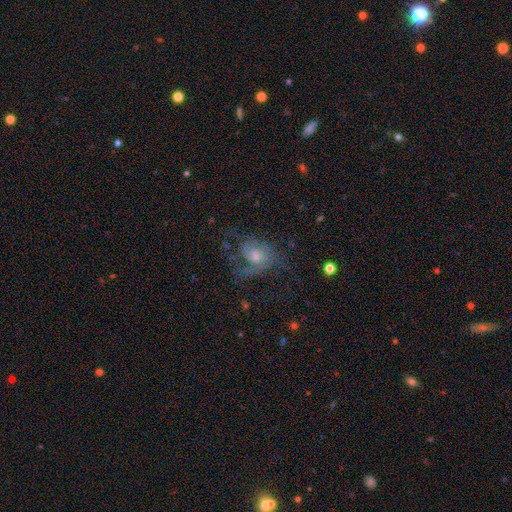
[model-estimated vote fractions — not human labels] Smooth or featured?
  - featured or disk: 62% *
  - smooth: 25%
  - star or artifact: 13%
Edge-on disk?
  - no: 97% *
  - yes: 3%
Bar?
  - no: 75% *
  - weak: 22%
  - strong: 3%
Spiral arms?
  - yes: 78% *
  - no: 22%
Bulge size?
  - moderate: 53% *
  - small: 30%
  - large: 10%
  - none: 5%
  - dominant: 2%
Merging?
  - none: 46% *
  - major disturbance: 32%
  - minor disturbance: 20%
  - merger: 2%